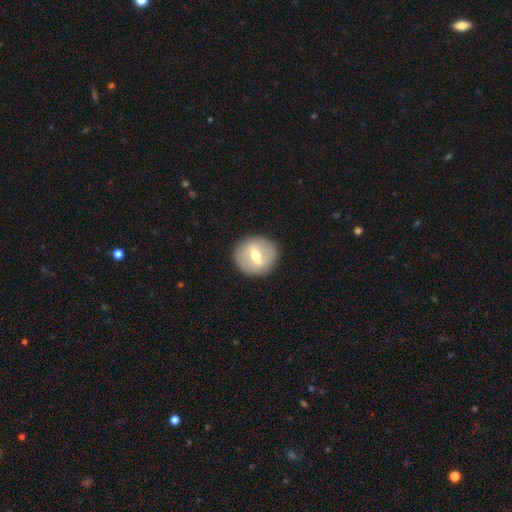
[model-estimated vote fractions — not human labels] Smooth or featured? featured or disk (57%)
Edge-on disk? no (91%)
Bar? strong (47%)
Spiral arms? no (75%)
Bulge size? moderate (73%)
Merging? none (89%)